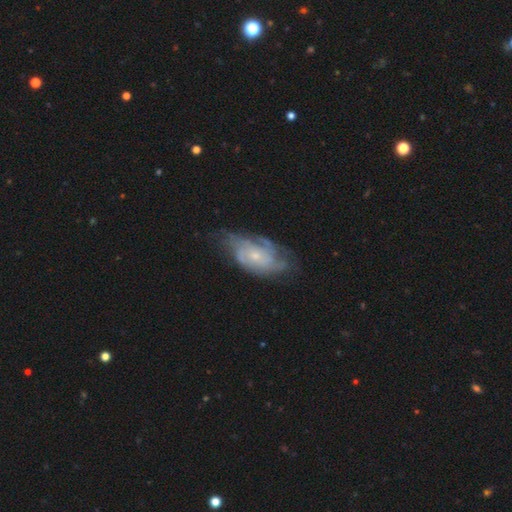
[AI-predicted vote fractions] A featured or disk galaxy (75%) with no bar (75%), tight (49%) spiral arms (88%) and a small central bulge (70%). Merging: none (56%).